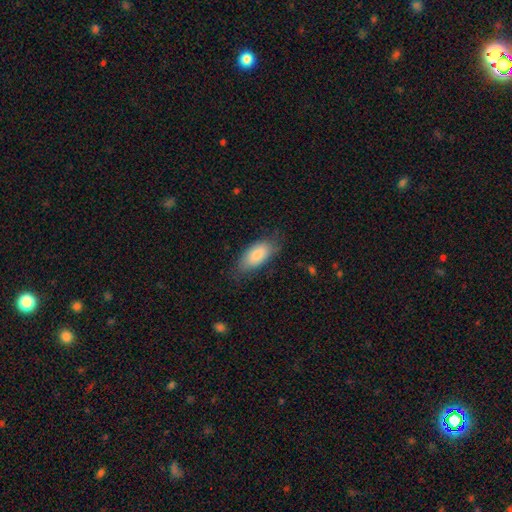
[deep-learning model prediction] Morphology: type=smooth (83%); roundness=in between (89%); merging=none (72%).